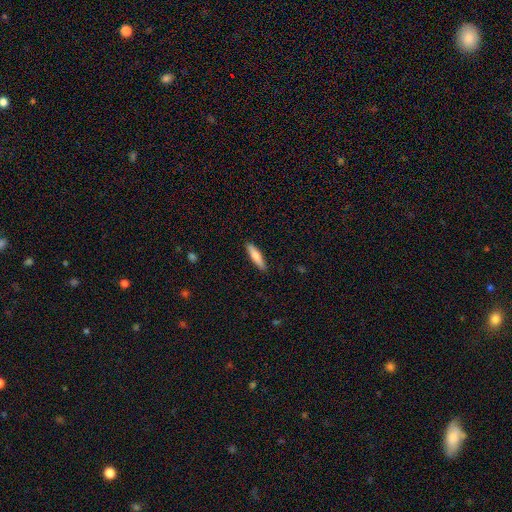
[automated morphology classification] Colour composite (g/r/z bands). It shows a smooth galaxy with no disk features (77%) that is cigar-shaped (81%). Merging: none (89%).